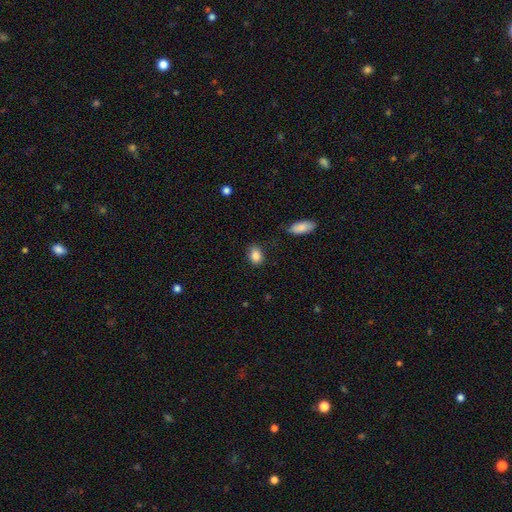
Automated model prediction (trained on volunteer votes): Overall: smooth (85%). How rounded: in between (70%). Merging: none (81%).